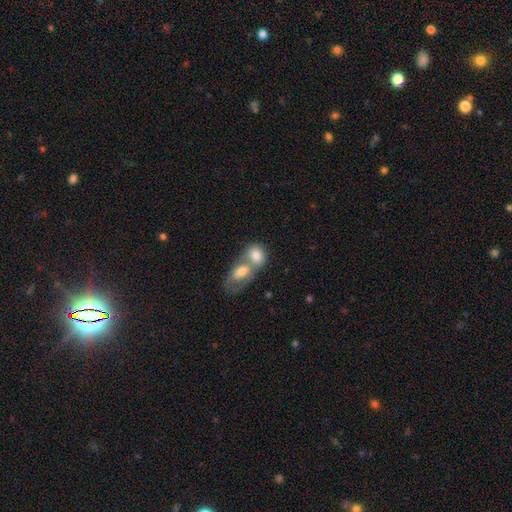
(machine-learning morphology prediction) smooth-or-featured: smooth: 74% | featured or disk: 19% | star or artifact: 6%
  how-rounded: in between: 71% | round: 27% | cigar-shaped: 2%
  merging: merger: 75% | none: 16% | minor disturbance: 6% | major disturbance: 4%